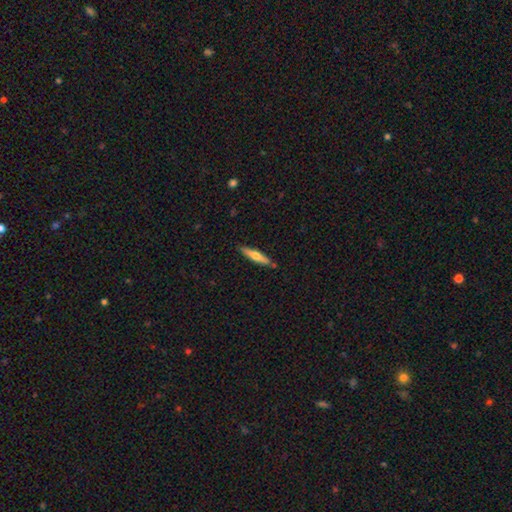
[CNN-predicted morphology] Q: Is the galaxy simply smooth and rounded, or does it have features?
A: smooth — 53%.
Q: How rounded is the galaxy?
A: cigar-shaped — 84%.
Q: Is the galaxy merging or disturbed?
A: none — 84%.